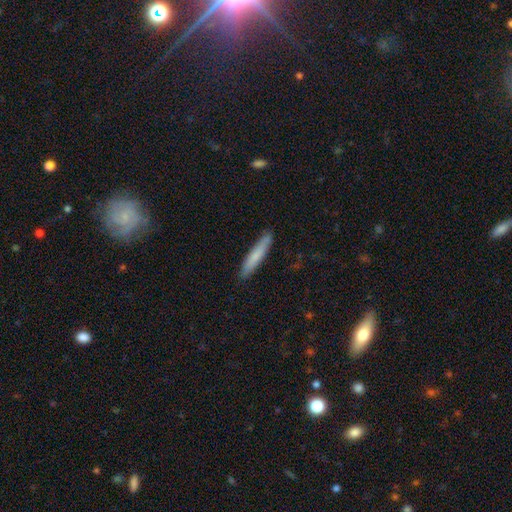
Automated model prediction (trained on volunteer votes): smooth-or-featured: smooth: 74% | featured or disk: 20% | star or artifact: 6%
  how-rounded: cigar-shaped: 93% | in between: 6% | round: 1%
  merging: none: 87% | minor disturbance: 10% | major disturbance: 2% | merger: 1%